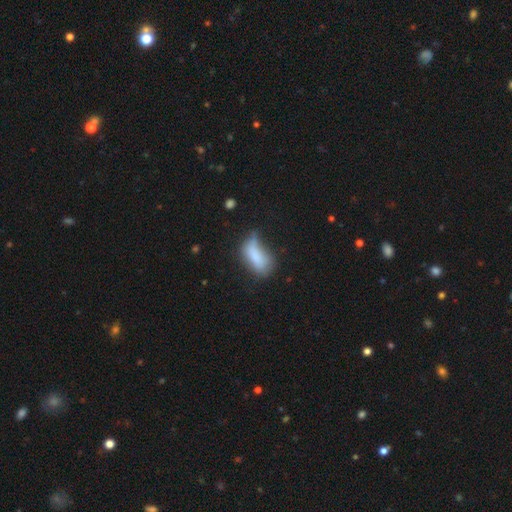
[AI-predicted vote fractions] A smooth galaxy with no disk features (75%) that is in between round and cigar-shaped (83%).

Vote fractions:
- Smooth or featured? smooth: 75% / featured or disk: 16% / star or artifact: 9%
- How rounded? in between: 83% / cigar-shaped: 14% / round: 3%
- Merging? minor disturbance: 36% / none: 29% / major disturbance: 27% / merger: 8%